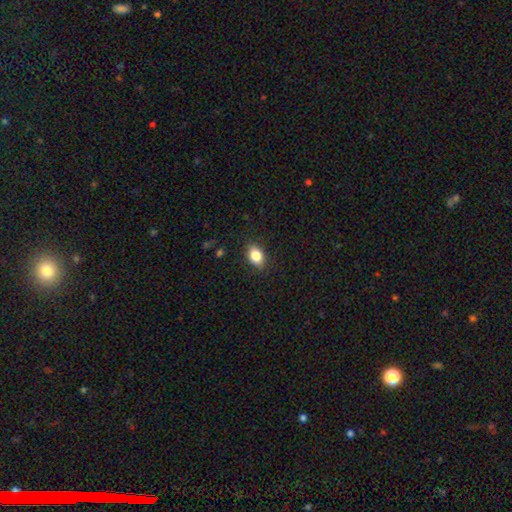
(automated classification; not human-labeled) This is clearly a smooth galaxy (84%). How rounded: likely in between (77%). Merging: clearly none (85%).